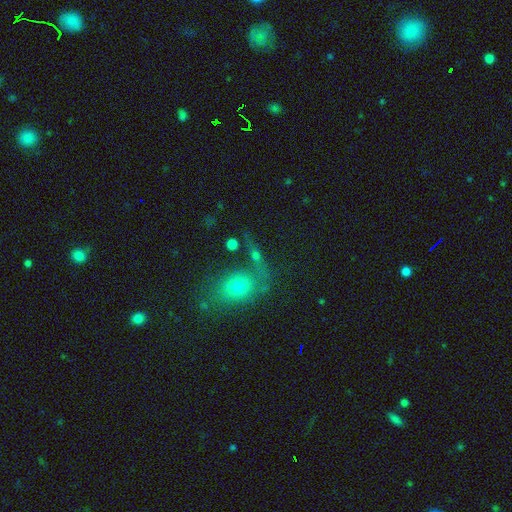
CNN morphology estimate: Smooth or featured? Predicted: smooth (p=0.48). Merging? Predicted: none (p=0.55).